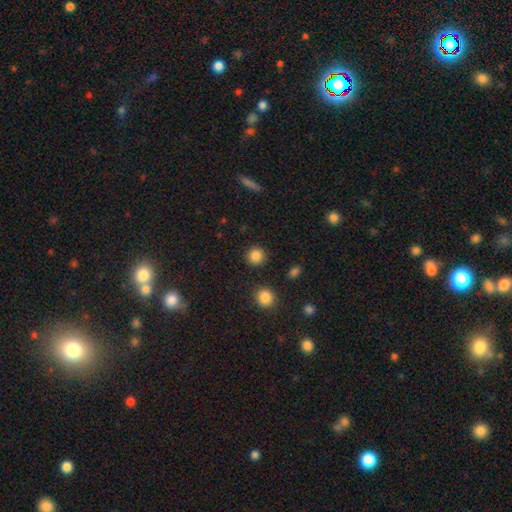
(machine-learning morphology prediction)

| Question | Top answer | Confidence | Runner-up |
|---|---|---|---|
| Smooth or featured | smooth | 85% | star or artifact (11%) |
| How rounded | round | 93% | in between (6%) |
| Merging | none | 90% | minor disturbance (6%) |